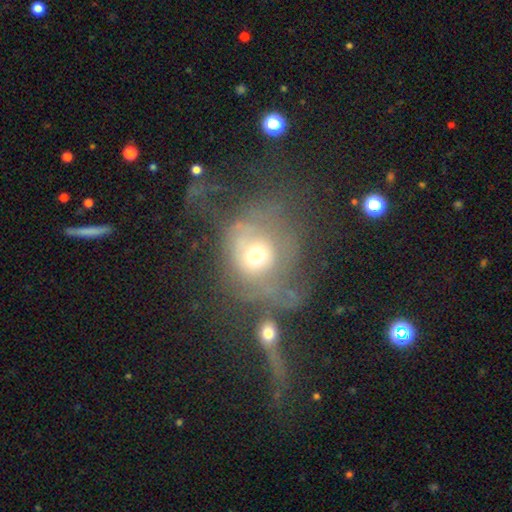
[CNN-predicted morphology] Overall: smooth (48%; featured or disk 39%). Merging: major disturbance (44%; none 23%).